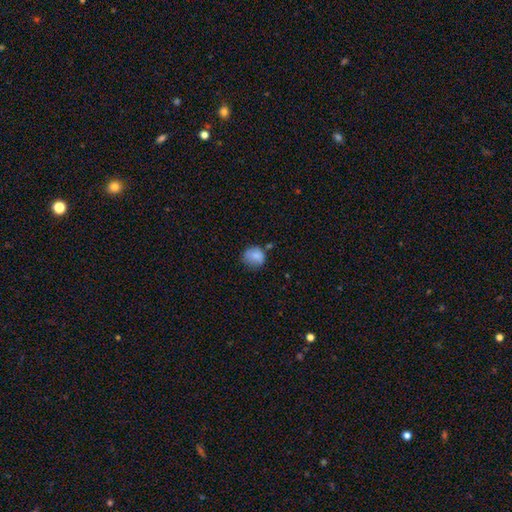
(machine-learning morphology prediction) Smooth or featured: smooth — 81% (featured or disk — 10%)
How rounded: round — 76% (in between — 23%)
Merging: none — 59% (minor disturbance — 27%)